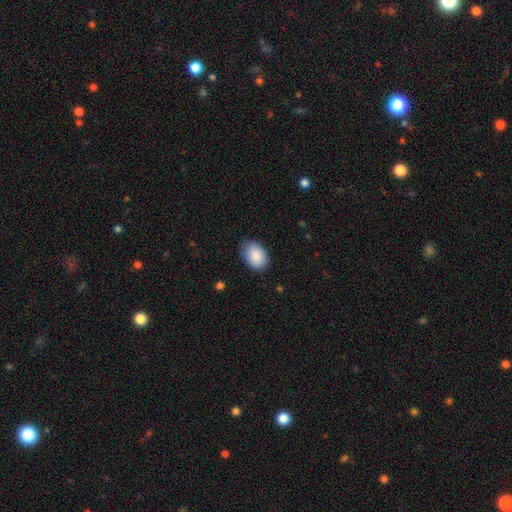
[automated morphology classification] type=smooth (87%); roundness=in between (80%); merging=none (77%).